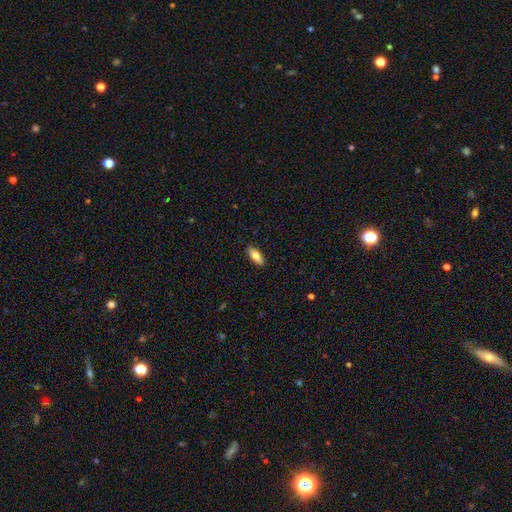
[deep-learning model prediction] This appears to be a smooth galaxy with no disk features (77%) that is in between round and cigar-shaped (79%). Merging: none (89%).